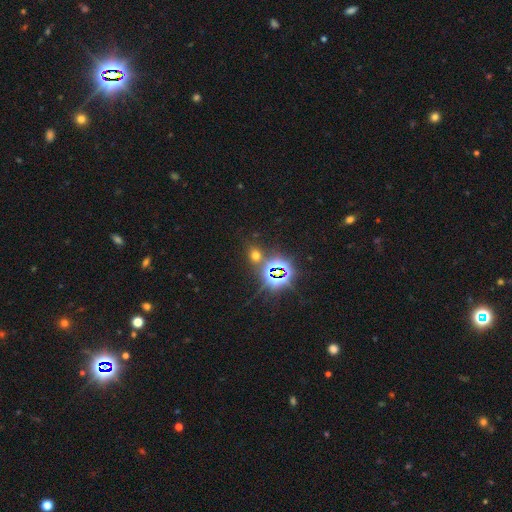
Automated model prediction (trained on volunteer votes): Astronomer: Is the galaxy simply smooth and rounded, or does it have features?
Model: star or artifact — 48% (runner-up: smooth, 45%).